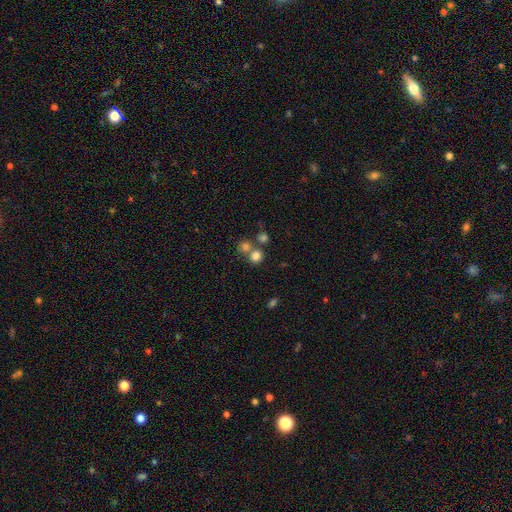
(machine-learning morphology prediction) This is likely a smooth galaxy (77%). How rounded: clearly round (82%). Merging: possibly none (52%).